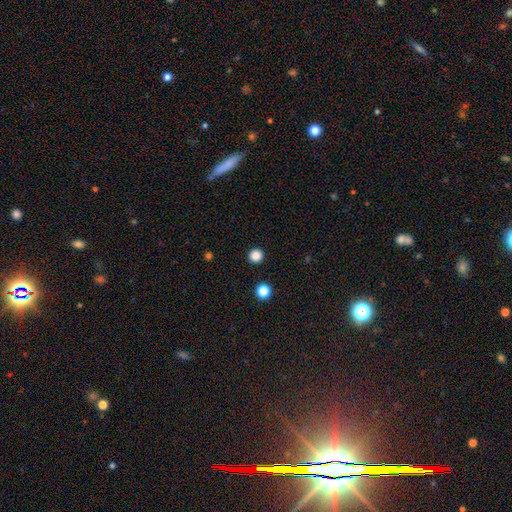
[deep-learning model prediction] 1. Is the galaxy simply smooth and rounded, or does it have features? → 85% smooth, 12% star or artifact, 2% featured or disk.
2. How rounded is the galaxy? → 96% round, 3% in between, 1% cigar-shaped.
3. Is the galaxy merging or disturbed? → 93% none, 4% minor disturbance, 2% major disturbance, 1% merger.